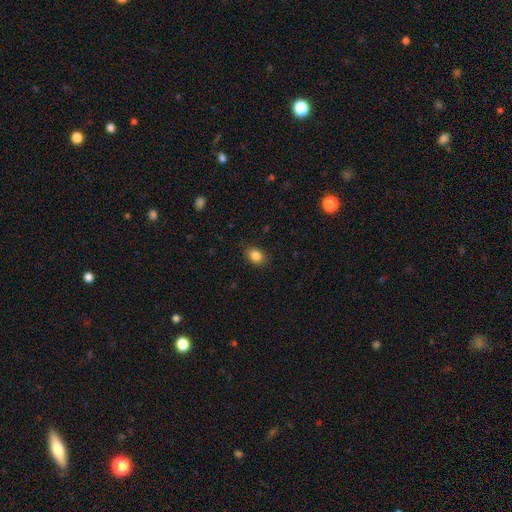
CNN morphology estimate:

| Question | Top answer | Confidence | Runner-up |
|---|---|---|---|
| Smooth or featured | smooth | 86% | star or artifact (10%) |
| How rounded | in between | 68% | round (31%) |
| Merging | none | 87% | minor disturbance (10%) |